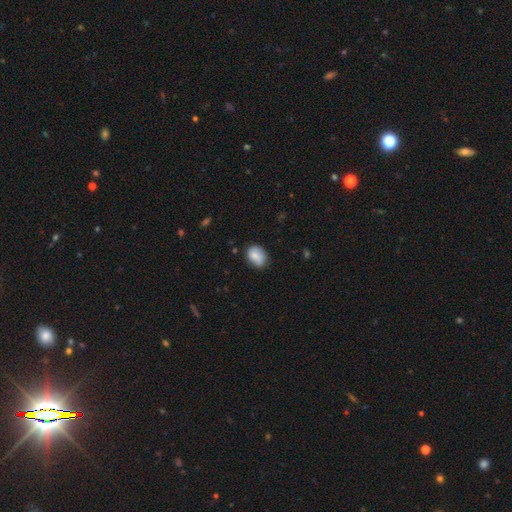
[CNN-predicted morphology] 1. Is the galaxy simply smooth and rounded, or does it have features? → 74% smooth, 18% featured or disk, 8% star or artifact.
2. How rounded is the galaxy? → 60% in between, 39% round, 1% cigar-shaped.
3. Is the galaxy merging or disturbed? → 66% none, 26% minor disturbance, 5% major disturbance, 3% merger.